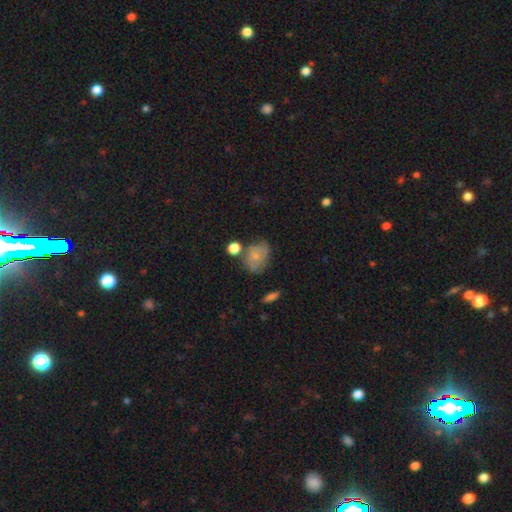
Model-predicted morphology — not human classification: Smooth or featured? Predicted: smooth (p=0.63). How rounded? Predicted: in between (p=0.53). Merging? Predicted: none (p=0.51).